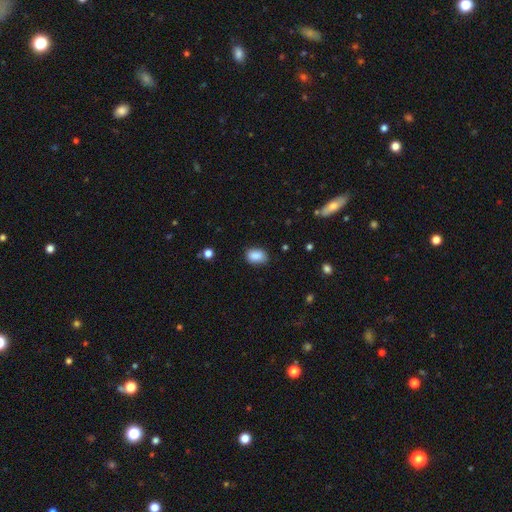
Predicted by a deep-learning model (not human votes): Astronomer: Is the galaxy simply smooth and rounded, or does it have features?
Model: smooth — 88%.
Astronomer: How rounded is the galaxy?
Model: in between — 85%.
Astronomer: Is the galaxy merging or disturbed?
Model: none — 82%.